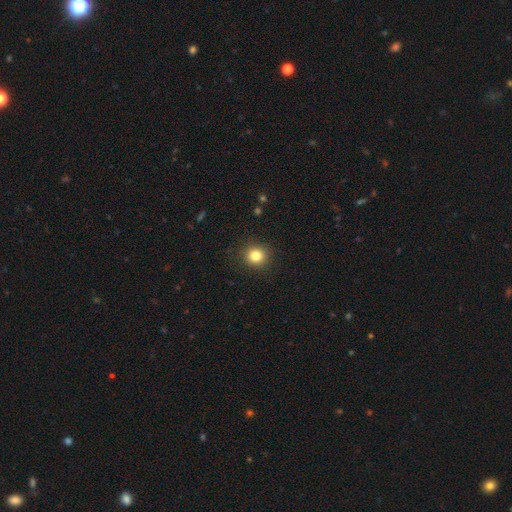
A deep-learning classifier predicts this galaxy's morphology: This appears to be a smooth galaxy with no disk features (82%) that is round (89%). Merging: none (90%).